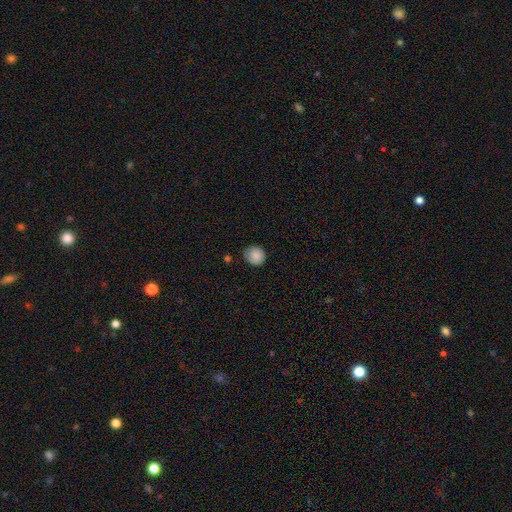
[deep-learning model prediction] A smooth galaxy with no disk features (86%) that is round (84%). Merging: none (74%).